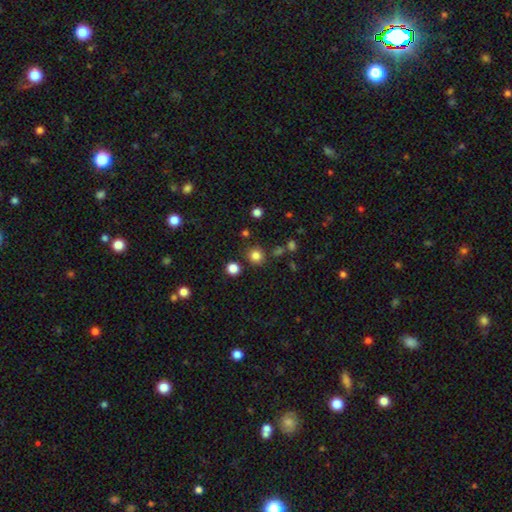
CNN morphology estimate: This is clearly a smooth galaxy (81%). How rounded: clearly round (90%). Merging: clearly none (85%).